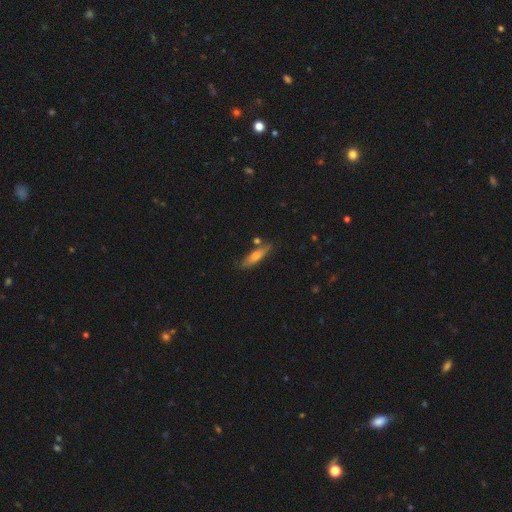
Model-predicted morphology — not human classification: This is possibly a smooth galaxy (58%). How rounded: likely cigar-shaped (74%). Merging: likely none (77%).